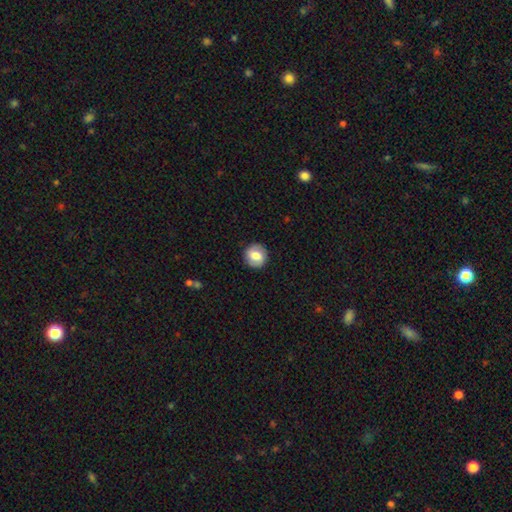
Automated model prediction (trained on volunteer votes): Smooth or featured?
  - smooth: 71% *
  - featured or disk: 21%
  - star or artifact: 8%
How rounded?
  - round: 89% *
  - in between: 10%
  - cigar-shaped: 1%
Merging?
  - none: 89% *
  - minor disturbance: 8%
  - major disturbance: 2%
  - merger: 1%